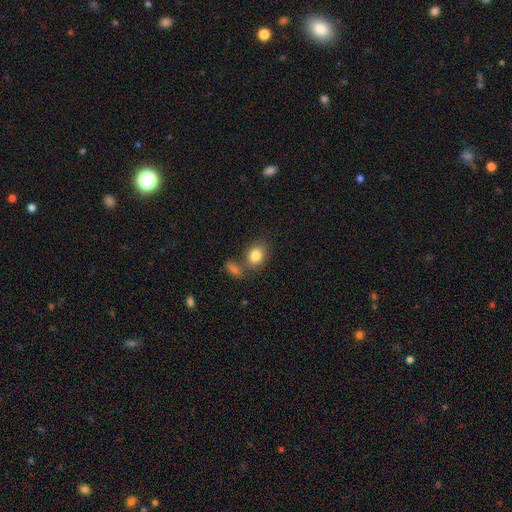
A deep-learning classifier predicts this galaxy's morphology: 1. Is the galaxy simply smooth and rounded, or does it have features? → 82% smooth, 9% featured or disk, 9% star or artifact.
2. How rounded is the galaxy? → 60% in between, 39% round, 1% cigar-shaped.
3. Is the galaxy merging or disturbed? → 63% none, 20% merger, 13% minor disturbance, 4% major disturbance.